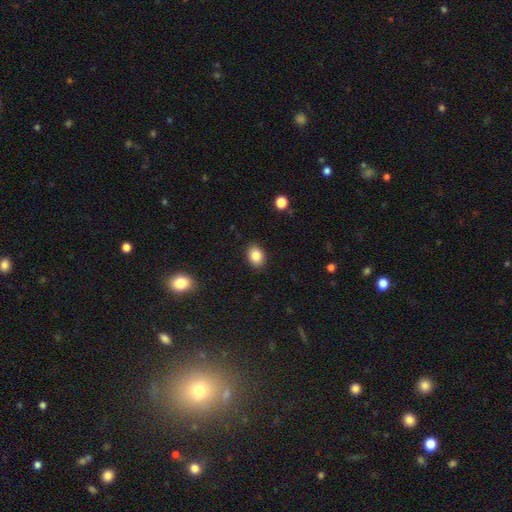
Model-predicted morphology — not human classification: A smooth galaxy with no disk features (85%) that is in between round and cigar-shaped (66%).

Vote fractions:
- Smooth or featured? smooth: 85% / star or artifact: 9% / featured or disk: 6%
- How rounded? in between: 66% / round: 33% / cigar-shaped: 1%
- Merging? none: 89% / minor disturbance: 8% / major disturbance: 2% / merger: 1%